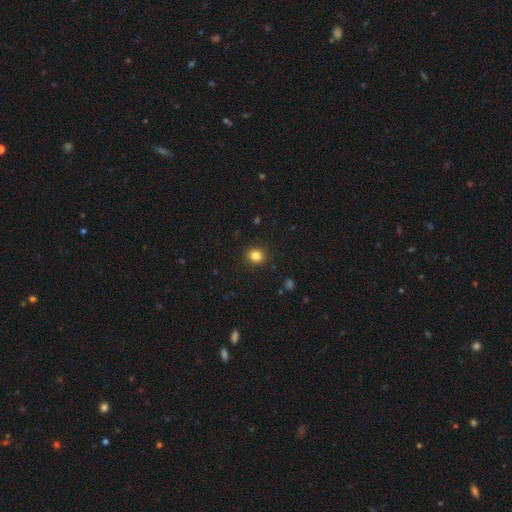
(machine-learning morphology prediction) A smooth galaxy with no disk features (83%) that is round (82%).

Vote fractions:
- Smooth or featured? smooth: 83% / star or artifact: 12% / featured or disk: 5%
- How rounded? round: 82% / in between: 17% / cigar-shaped: 1%
- Merging? none: 91% / minor disturbance: 6% / major disturbance: 2% / merger: 1%